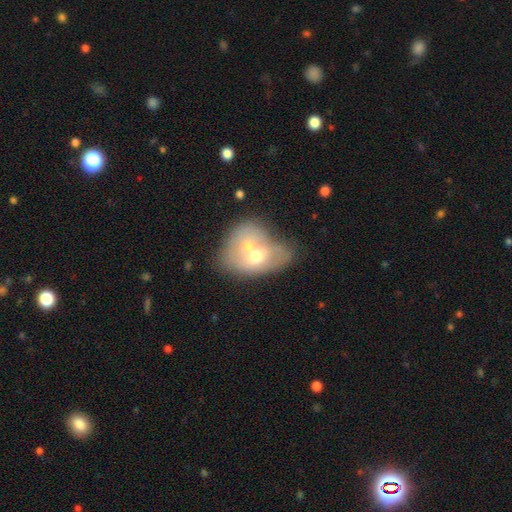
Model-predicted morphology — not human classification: A smooth galaxy with no disk features (53%) that is in between round and cigar-shaped (65%). Merging: merger (76%).